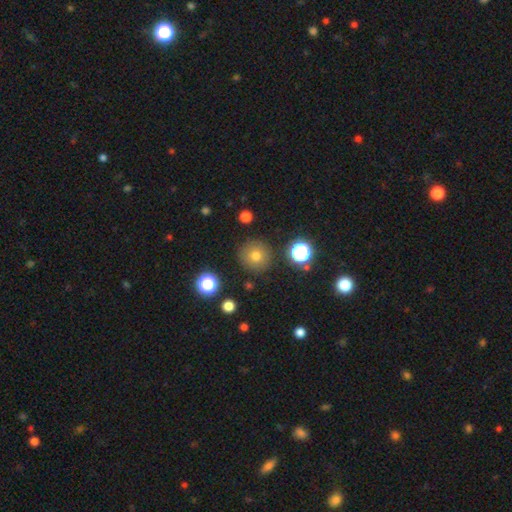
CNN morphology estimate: The model was most divided on "smooth or featured": smooth: 74%, star or artifact: 16%, featured or disk: 11%. More confident: how rounded — round (95%); merging — none (88%).